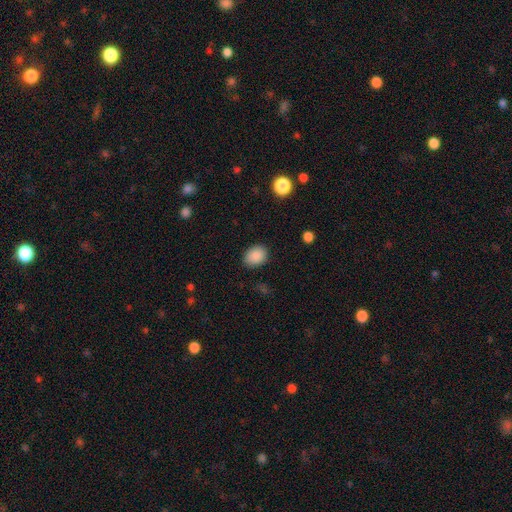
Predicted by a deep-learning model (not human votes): Q: Smooth or featured?
A: smooth (88%); runner-up: star or artifact (8%)
Q: How rounded?
A: in between (65%); runner-up: round (34%)
Q: Merging?
A: none (86%); runner-up: minor disturbance (10%)